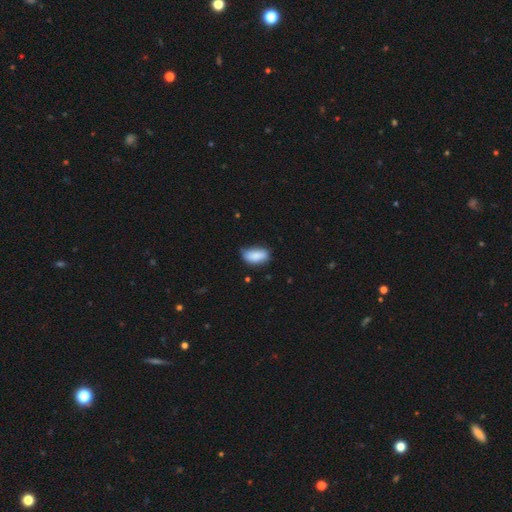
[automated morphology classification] The model was most divided on "merging": none: 58%, minor disturbance: 34%, major disturbance: 6%, merger: 2%. More confident: how rounded — in between (91%); smooth or featured — smooth (86%).